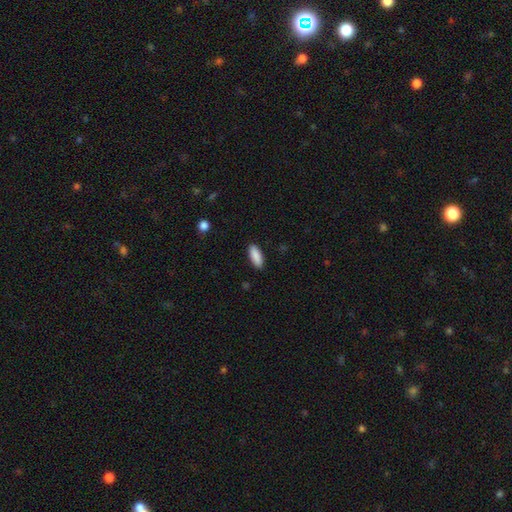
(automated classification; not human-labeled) A smooth galaxy with no disk features (90%) that is in between round and cigar-shaped (73%). Merging: none (89%).